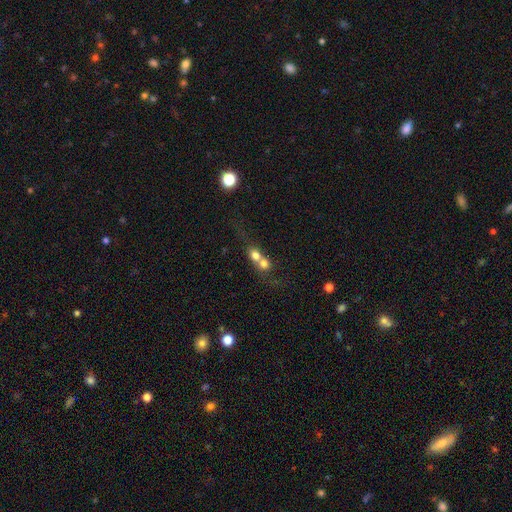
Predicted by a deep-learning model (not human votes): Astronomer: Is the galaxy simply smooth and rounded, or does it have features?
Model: smooth — 67%.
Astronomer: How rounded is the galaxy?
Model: round — 73%.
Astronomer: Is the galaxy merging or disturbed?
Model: merger — 74%.